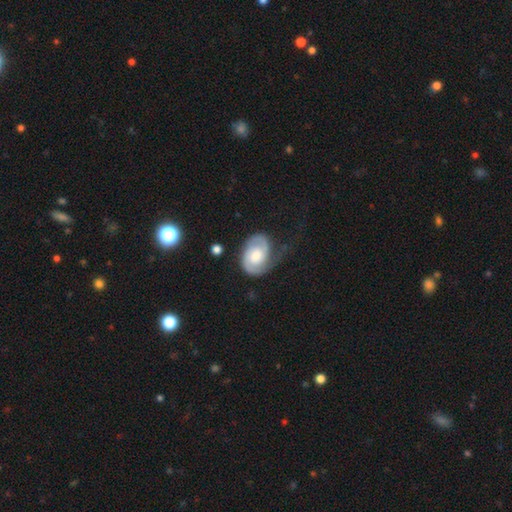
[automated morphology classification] Smooth or featured?
  - featured or disk: 78% *
  - smooth: 16%
  - star or artifact: 5%
Edge-on disk?
  - no: 98% *
  - yes: 2%
Bar?
  - no: 61% *
  - weak: 33%
  - strong: 6%
Spiral arms?
  - yes: 95% *
  - no: 5%
Spiral winding?
  - tight: 45% *
  - medium: 41%
  - loose: 14%
Spiral arm count?
  - 2: 82% *
  - 1: 8%
  - can't tell: 6%
  - 3: 1%
  - 4: 1%
  - more than 4: 1%
Bulge size?
  - moderate: 45% *
  - large: 32%
  - small: 13%
  - none: 7%
  - dominant: 4%
Merging?
  - none: 57% *
  - minor disturbance: 26%
  - major disturbance: 15%
  - merger: 2%